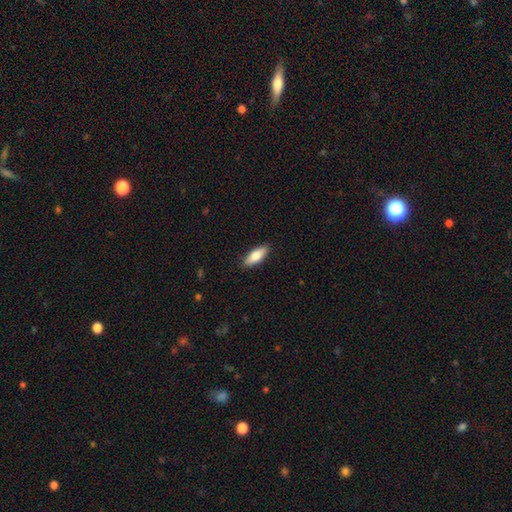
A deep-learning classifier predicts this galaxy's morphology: Smooth or featured?
  - smooth: 78% *
  - featured or disk: 16%
  - star or artifact: 6%
How rounded?
  - in between: 68% *
  - cigar-shaped: 30%
  - round: 2%
Merging?
  - none: 88% *
  - minor disturbance: 9%
  - major disturbance: 2%
  - merger: 1%